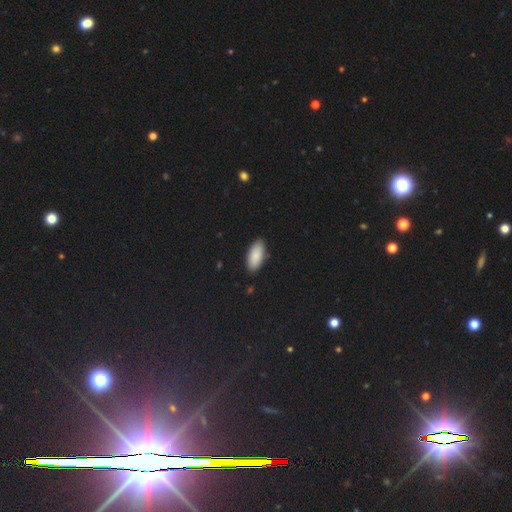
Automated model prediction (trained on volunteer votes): smooth 89%, star or artifact 6%, featured or disk 5%. Down the decision tree: how rounded — in between (89%); merging — none (87%).